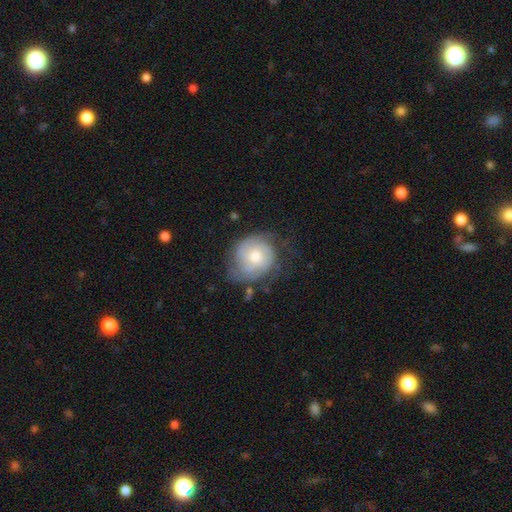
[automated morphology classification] featured or disk 69%, smooth 24%, star or artifact 6%. Down the decision tree: edge-on disk — no (98%); bar — no (75%); spiral arms — yes (90%); spiral arm count — 2 (40%); spiral winding — tight (64%); bulge size — moderate (62%); merging — none (63%).